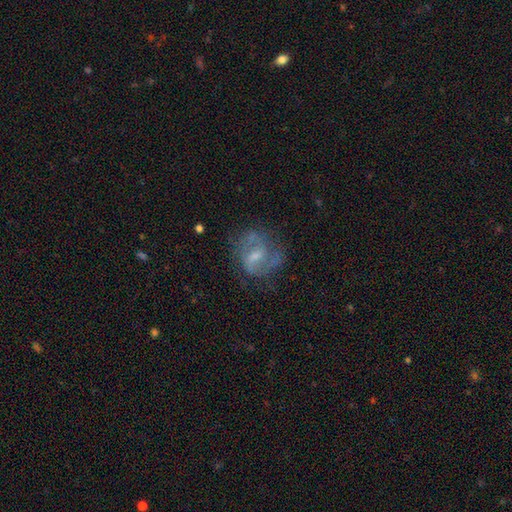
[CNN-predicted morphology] A featured or disk galaxy (69%) with a weak bar (54%), 2 (66%) medium (49%) spiral arms (80%) and a moderate central bulge (40%).

Vote fractions:
- Smooth or featured? featured or disk: 69% / smooth: 22% / star or artifact: 9%
- Edge-on disk? no: 97% / yes: 3%
- Bar? weak: 54% / no: 31% / strong: 15%
- Spiral arms? yes: 80% / no: 20%
- Spiral winding? medium: 49% / loose: 30% / tight: 21%
- Spiral arm count? 2: 66% / can't tell: 18% / 1: 7% / 3: 6% / 4: 2% / more than 4: 2%
- Bulge size? moderate: 40% / small: 39% / none: 16% / large: 4% / dominant: 1%
- Merging? none: 56% / minor disturbance: 22% / major disturbance: 19% / merger: 3%